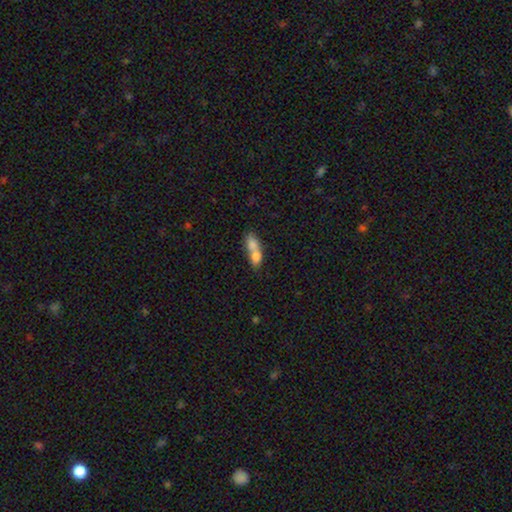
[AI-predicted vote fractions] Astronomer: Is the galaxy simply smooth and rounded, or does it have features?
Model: smooth — 74%.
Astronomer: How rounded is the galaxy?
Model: in between — 70%.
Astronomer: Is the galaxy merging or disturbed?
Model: merger — 75%.